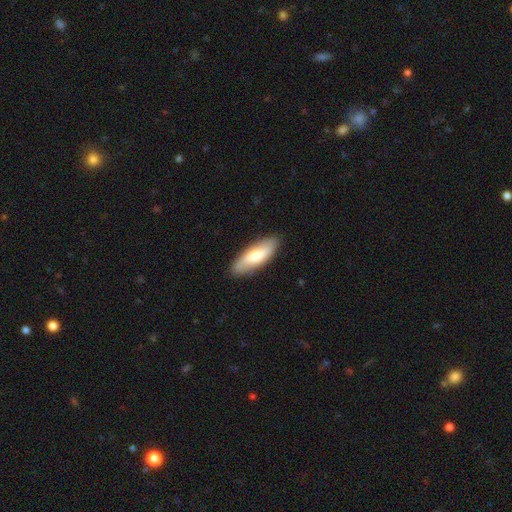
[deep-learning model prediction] Morphology: type=smooth (70%); roundness=in between (66%); merging=none (86%).